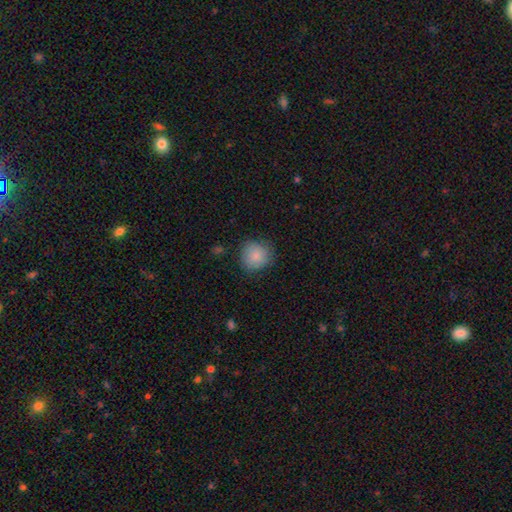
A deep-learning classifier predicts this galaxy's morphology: A smooth galaxy with no disk features (86%) that is round (90%).

Vote fractions:
- Smooth or featured? smooth: 86% / star or artifact: 8% / featured or disk: 6%
- How rounded? round: 90% / in between: 9% / cigar-shaped: 1%
- Merging? none: 80% / minor disturbance: 15% / major disturbance: 4% / merger: 1%